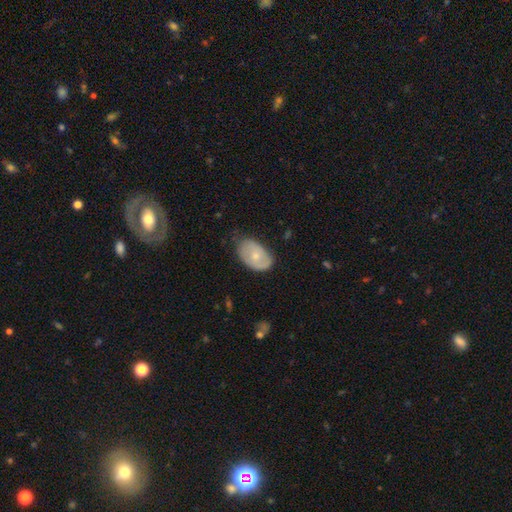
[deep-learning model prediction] Smooth or featured?
  - smooth: 60% *
  - featured or disk: 34%
  - star or artifact: 6%
How rounded?
  - in between: 88% *
  - round: 11%
  - cigar-shaped: 1%
Merging?
  - none: 56% *
  - minor disturbance: 35%
  - major disturbance: 8%
  - merger: 1%